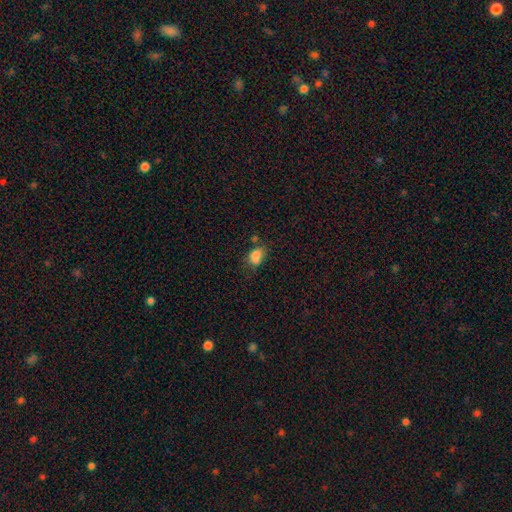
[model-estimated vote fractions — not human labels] smooth_or_featured: smooth (p=0.82) [alt: star or artifact p=0.11]
how_rounded: in between (p=0.80) [alt: round p=0.19]
merging: none (p=0.51) [alt: minor disturbance p=0.29]